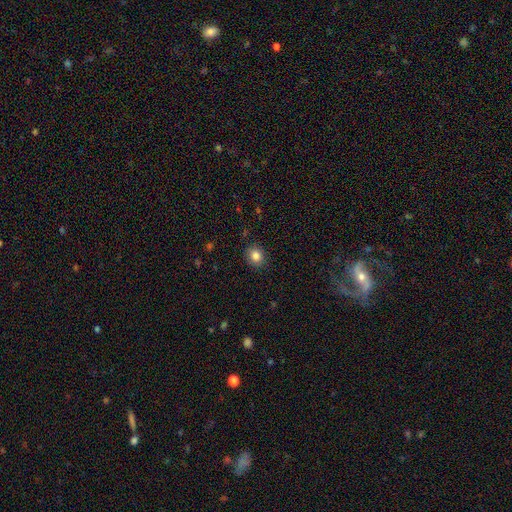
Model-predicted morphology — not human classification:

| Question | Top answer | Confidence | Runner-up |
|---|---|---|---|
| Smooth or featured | smooth | 84% | star or artifact (10%) |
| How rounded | round | 72% | in between (27%) |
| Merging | none | 89% | minor disturbance (8%) |